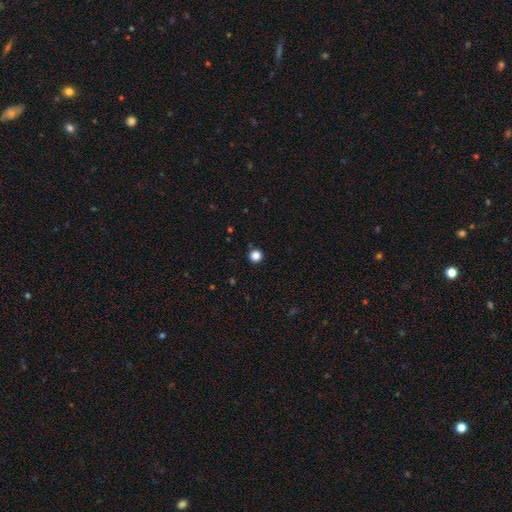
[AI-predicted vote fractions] This is clearly a smooth galaxy (84%). How rounded: clearly round (96%). Merging: clearly none (92%).